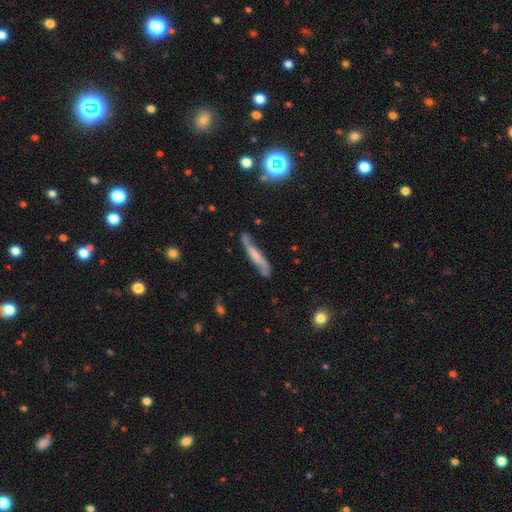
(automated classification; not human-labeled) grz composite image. It shows a featured or disk galaxy (53%) viewed edge-on (57%). Merging: none (60%).